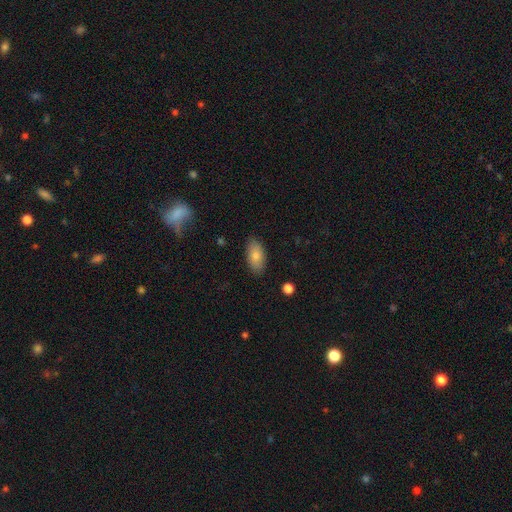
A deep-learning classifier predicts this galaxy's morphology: This is likely a smooth galaxy (80%). How rounded: clearly in between (93%). Merging: clearly none (86%).